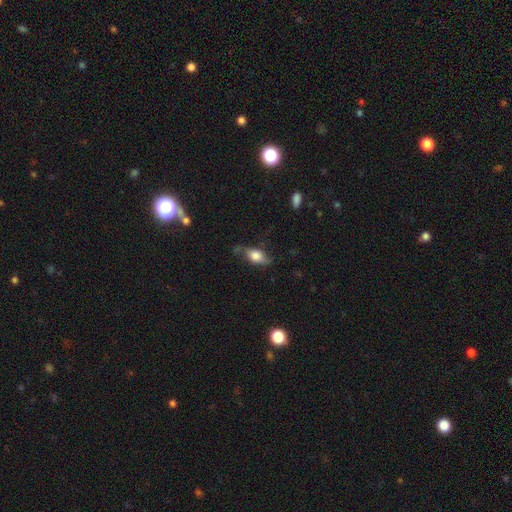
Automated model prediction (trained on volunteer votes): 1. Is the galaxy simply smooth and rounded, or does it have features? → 53% smooth, 39% featured or disk, 8% star or artifact.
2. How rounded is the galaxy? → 77% in between, 12% cigar-shaped, 11% round.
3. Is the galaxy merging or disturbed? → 59% none, 27% minor disturbance, 12% major disturbance, 2% merger.